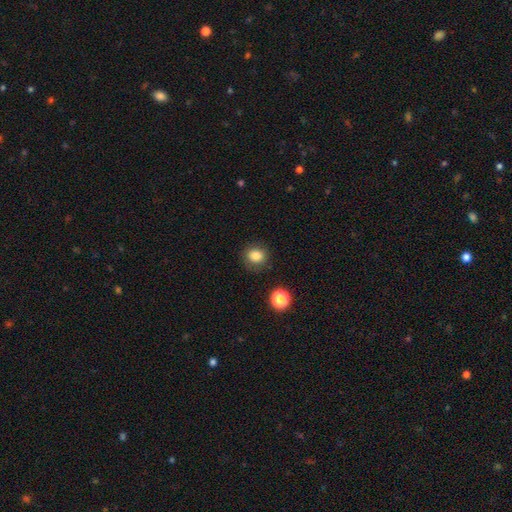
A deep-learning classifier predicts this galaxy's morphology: This is clearly a smooth galaxy (83%). How rounded: likely round (78%). Merging: clearly none (83%).